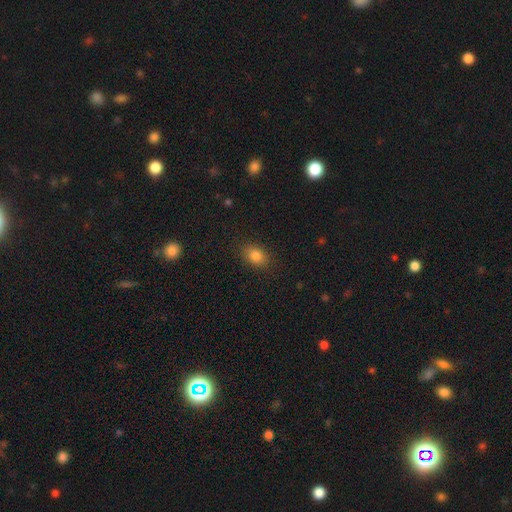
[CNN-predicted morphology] smooth_or_featured: smooth (p=0.83) [alt: star or artifact p=0.11]
how_rounded: in between (p=0.73) [alt: round p=0.26]
merging: none (p=0.85) [alt: minor disturbance p=0.11]